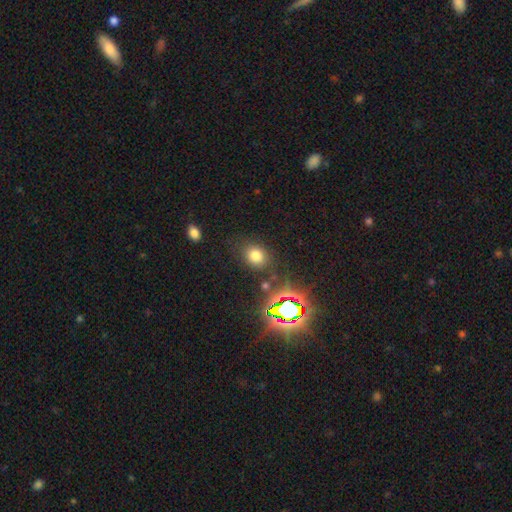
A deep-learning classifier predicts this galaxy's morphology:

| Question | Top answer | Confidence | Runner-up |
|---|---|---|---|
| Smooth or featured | smooth | 71% | star or artifact (21%) |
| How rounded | round | 60% | in between (39%) |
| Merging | none | 80% | minor disturbance (11%) |